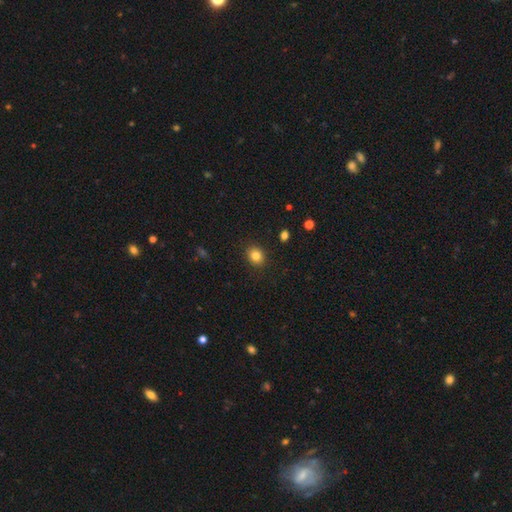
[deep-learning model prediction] Overall: smooth (84%). How rounded: round (65%; in between 34%). Merging: none (89%).